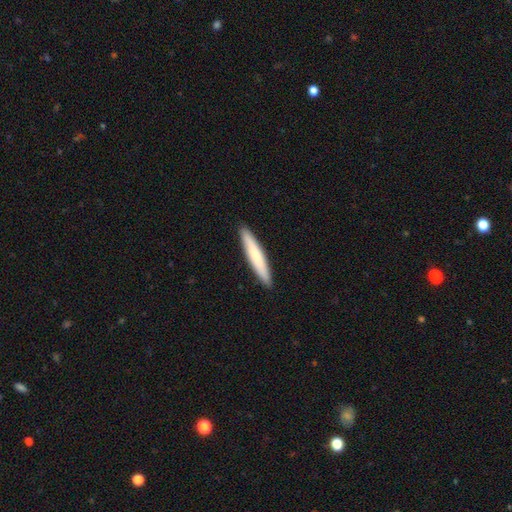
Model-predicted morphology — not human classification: The model was most divided on "smooth or featured": smooth: 73%, featured or disk: 22%, star or artifact: 5%. More confident: how rounded — cigar-shaped (93%); merging — none (92%).